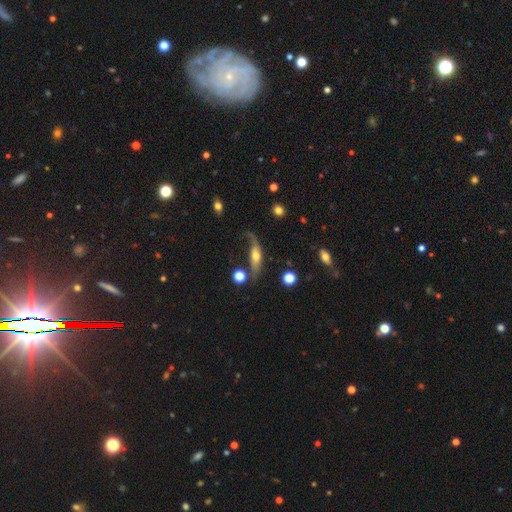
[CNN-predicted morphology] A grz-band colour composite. It shows a featured or disk galaxy (56%). Merging: none (38%).